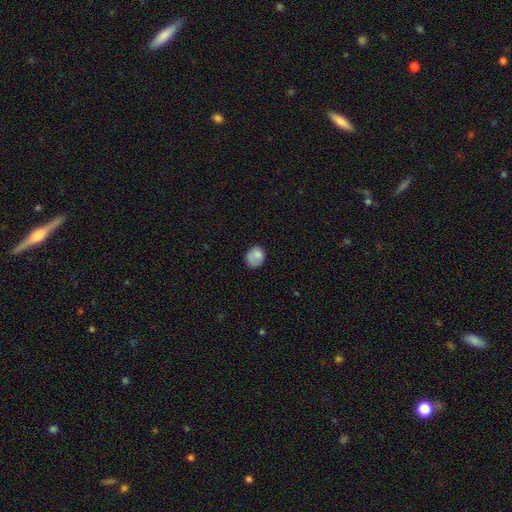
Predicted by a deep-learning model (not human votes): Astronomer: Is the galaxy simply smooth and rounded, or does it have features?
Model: smooth — 81%.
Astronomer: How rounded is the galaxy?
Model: round — 55% (runner-up: in between, 44%).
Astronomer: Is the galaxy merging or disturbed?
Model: none — 64%.